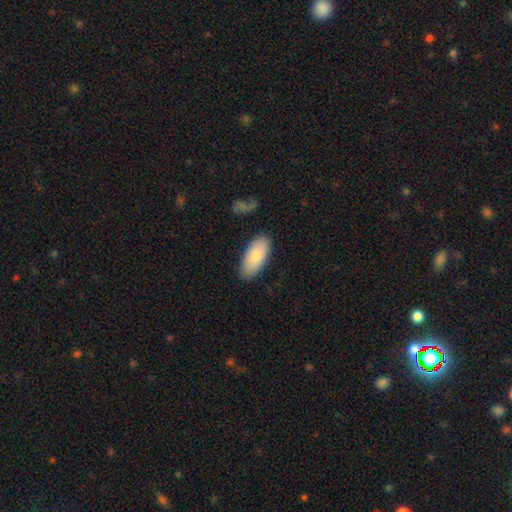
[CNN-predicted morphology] Smooth or featured: smooth — 84% (featured or disk — 11%)
How rounded: in between — 91% (cigar-shaped — 7%)
Merging: none — 85% (minor disturbance — 11%)